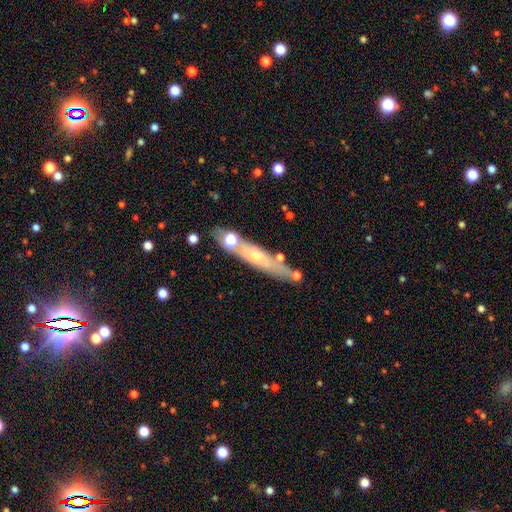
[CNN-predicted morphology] This is possibly a featured or disk galaxy (55%). It is likely viewed edge-on (63%). Merging: likely none (68%).